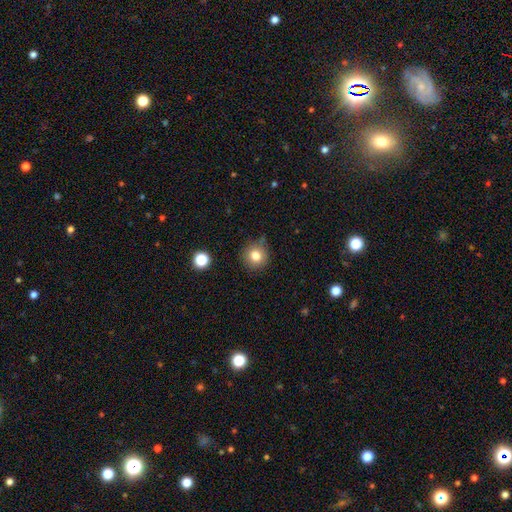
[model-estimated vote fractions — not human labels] Overall: smooth (80%). How rounded: round (93%). Merging: none (81%).